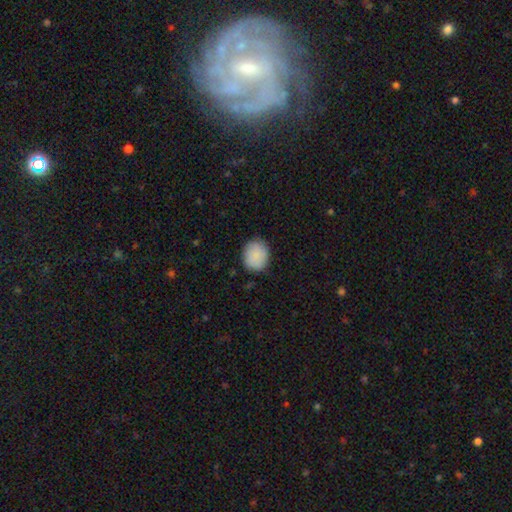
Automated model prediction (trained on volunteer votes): Q: Smooth or featured?
A: smooth (88%); runner-up: star or artifact (7%)
Q: How rounded?
A: round (69%); runner-up: in between (30%)
Q: Merging?
A: none (82%); runner-up: minor disturbance (14%)